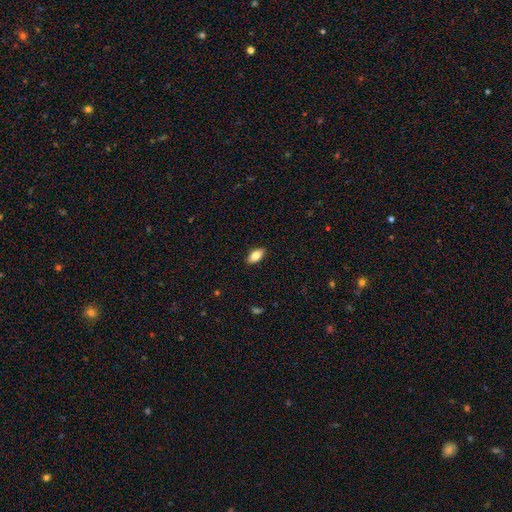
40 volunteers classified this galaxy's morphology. This is clearly a smooth galaxy (82%). How rounded: clearly in between (97%). Merging: clearly none (83%).